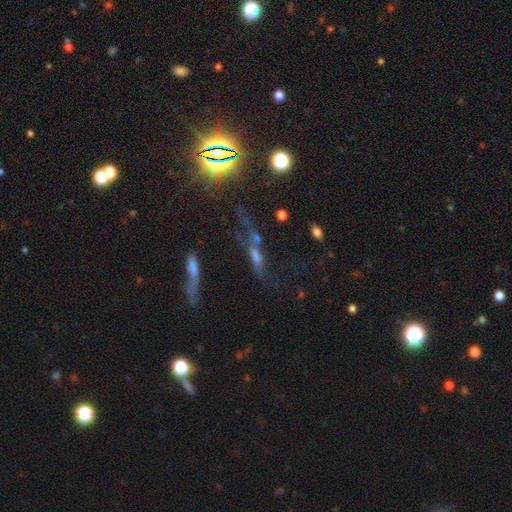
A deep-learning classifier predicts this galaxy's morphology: Smooth or featured?
  - featured or disk: 39% *
  - star or artifact: 31%
  - smooth: 30%
Merging?
  - none: 35% *
  - merger: 28%
  - major disturbance: 22%
  - minor disturbance: 15%